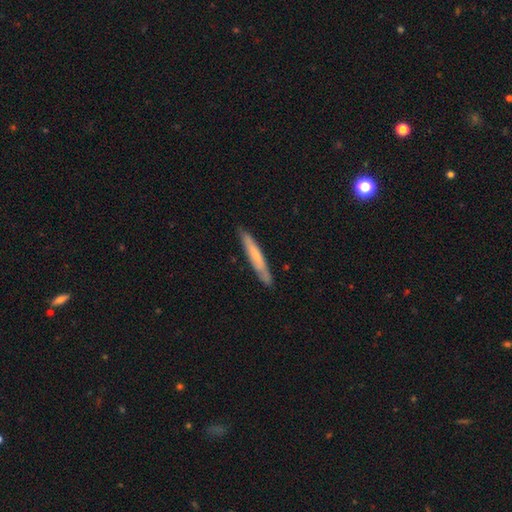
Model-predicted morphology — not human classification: smooth_or_featured: smooth (p=0.55) [alt: featured or disk p=0.39]
how_rounded: cigar-shaped (p=0.94) [alt: in between p=0.05]
merging: none (p=0.85) [alt: minor disturbance p=0.12]